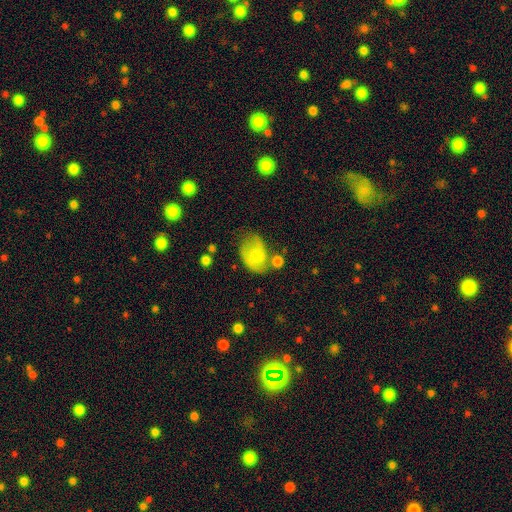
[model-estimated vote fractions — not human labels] A smooth galaxy with no disk features (49%). Merging: none (43%).